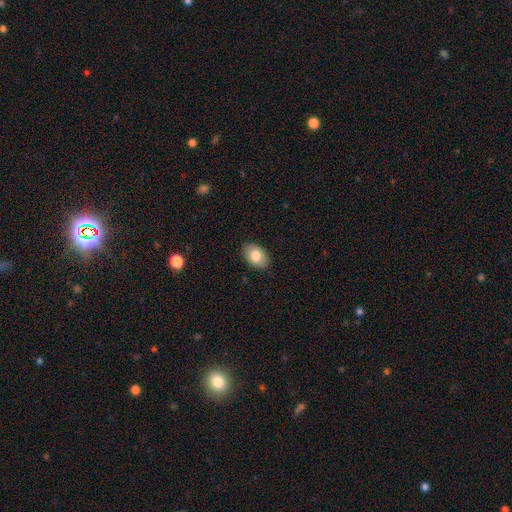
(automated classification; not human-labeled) Smooth or featured: smooth — 81% (featured or disk — 12%)
How rounded: in between — 89% (round — 10%)
Merging: none — 86% (minor disturbance — 10%)